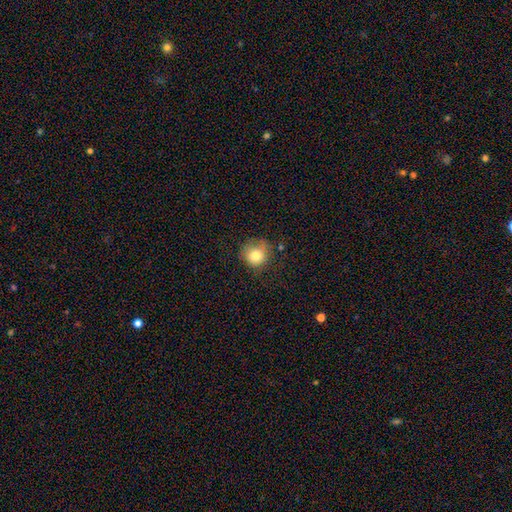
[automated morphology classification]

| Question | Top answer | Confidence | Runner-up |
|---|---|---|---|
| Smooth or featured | smooth | 80% | star or artifact (10%) |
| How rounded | round | 88% | in between (11%) |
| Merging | none | 64% | minor disturbance (25%) |